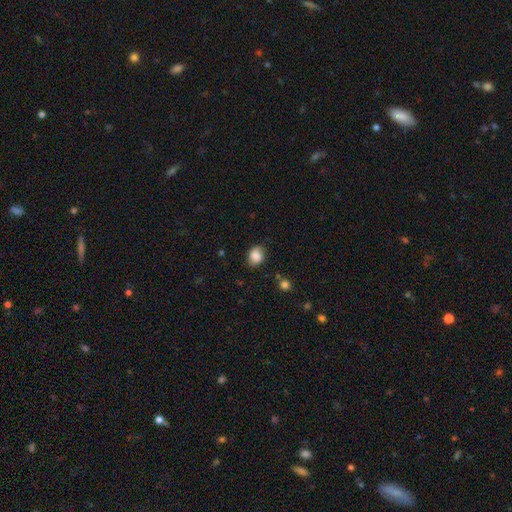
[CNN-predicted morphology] A smooth galaxy with no disk features (84%) that is in between round and cigar-shaped (60%).

Vote fractions:
- Smooth or featured? smooth: 84% / star or artifact: 8% / featured or disk: 8%
- How rounded? in between: 60% / round: 39% / cigar-shaped: 1%
- Merging? none: 77% / minor disturbance: 17% / major disturbance: 4% / merger: 2%